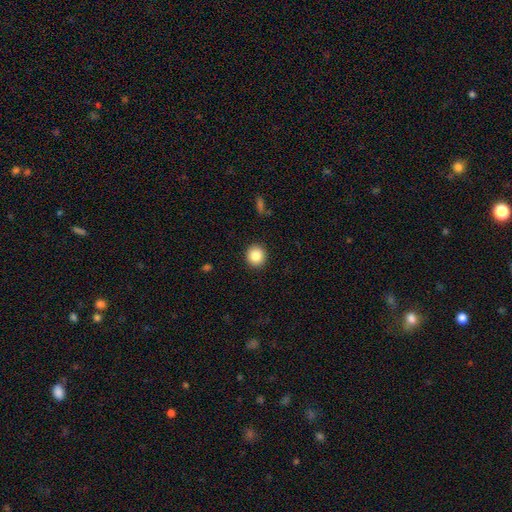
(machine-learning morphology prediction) smooth-or-featured: smooth: 85% | star or artifact: 9% | featured or disk: 6%
  how-rounded: round: 90% | in between: 9% | cigar-shaped: 1%
  merging: none: 91% | minor disturbance: 6% | major disturbance: 2% | merger: 1%